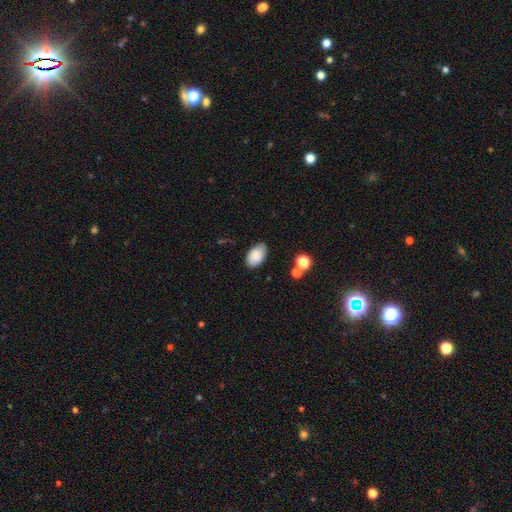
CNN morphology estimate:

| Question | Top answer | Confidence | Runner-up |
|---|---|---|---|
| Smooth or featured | smooth | 87% | star or artifact (8%) |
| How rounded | in between | 93% | round (6%) |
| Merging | none | 79% | minor disturbance (16%) |